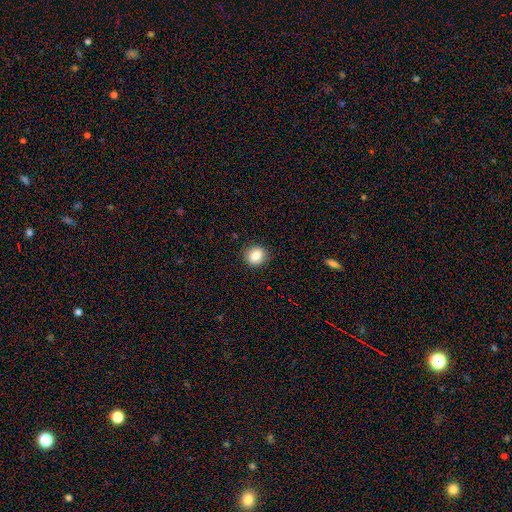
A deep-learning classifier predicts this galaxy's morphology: smooth-or-featured: smooth: 84% | star or artifact: 9% | featured or disk: 6%
  how-rounded: round: 82% | in between: 17% | cigar-shaped: 1%
  merging: none: 88% | minor disturbance: 8% | major disturbance: 2% | merger: 1%